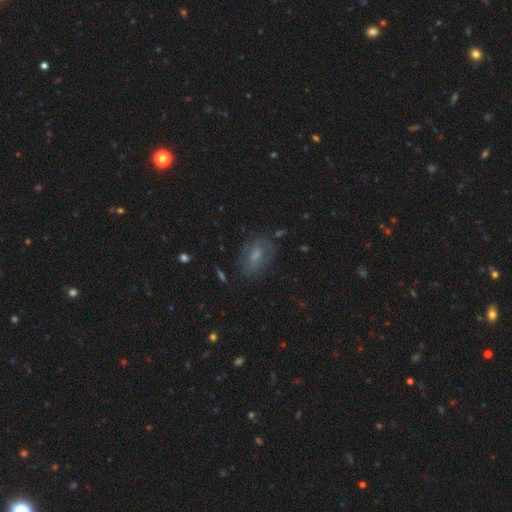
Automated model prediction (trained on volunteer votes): A smooth galaxy with no disk features (46%).

Vote fractions:
- Smooth or featured? smooth: 46% / featured or disk: 40% / star or artifact: 14%
- Merging? none: 68% / minor disturbance: 21% / major disturbance: 10% / merger: 2%